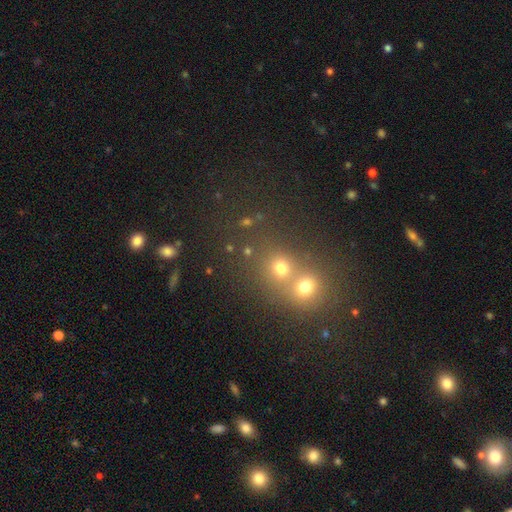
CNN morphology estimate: This is possibly a smooth galaxy (47%). Merging: possibly merger (49%).